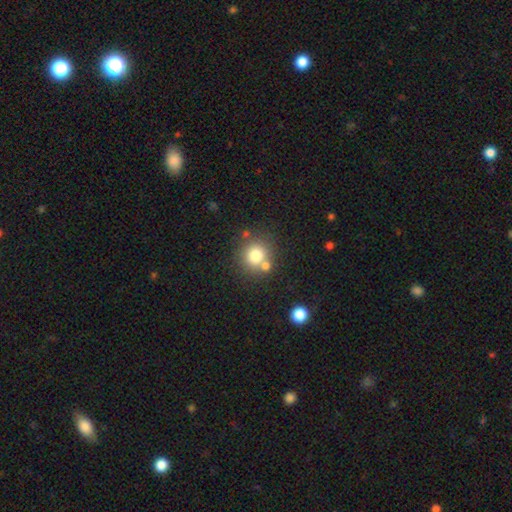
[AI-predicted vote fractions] Smooth or featured: smooth — 76% (star or artifact — 13%)
How rounded: round — 89% (in between — 10%)
Merging: none — 66% (merger — 21%)